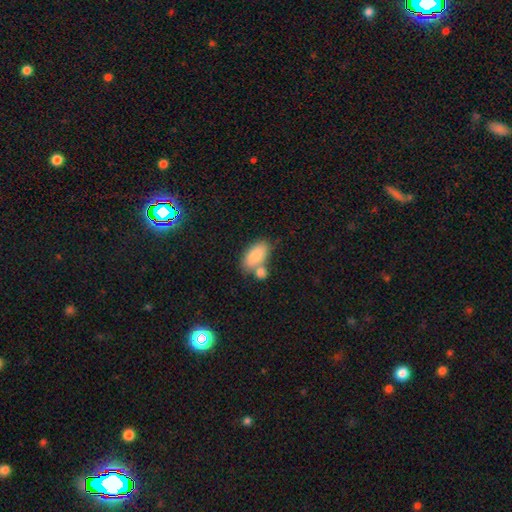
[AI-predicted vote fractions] A smooth galaxy with no disk features (84%) that is in between round and cigar-shaped (92%).

Vote fractions:
- Smooth or featured? smooth: 84% / featured or disk: 10% / star or artifact: 7%
- How rounded? in between: 92% / cigar-shaped: 4% / round: 4%
- Merging? none: 47% / merger: 34% / minor disturbance: 14% / major disturbance: 5%